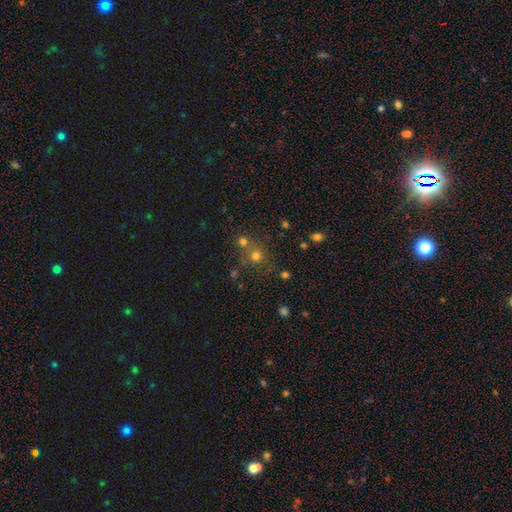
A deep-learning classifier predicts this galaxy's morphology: Smooth or featured? smooth (51%)
How rounded? round (88%)
Merging? none (63%)